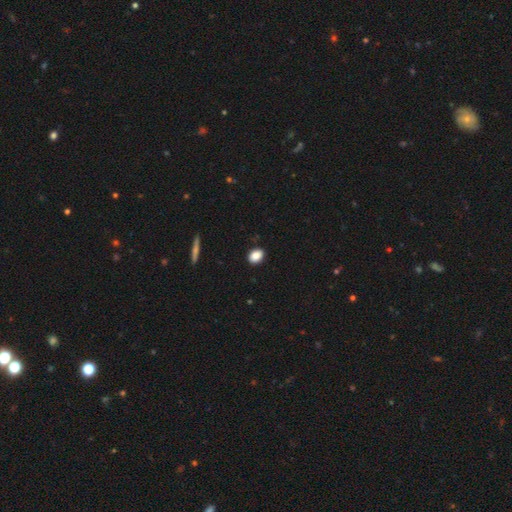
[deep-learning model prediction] Smooth or featured? Predicted: smooth (p=0.86). How rounded? Predicted: in between (p=0.70). Merging? Predicted: none (p=0.89).